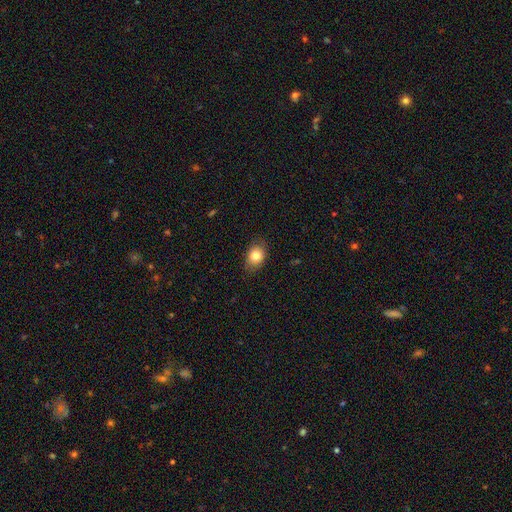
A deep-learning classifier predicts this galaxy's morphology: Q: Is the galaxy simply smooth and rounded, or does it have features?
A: smooth — 82%.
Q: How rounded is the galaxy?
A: in between — 64%.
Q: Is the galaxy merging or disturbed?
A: none — 82%.